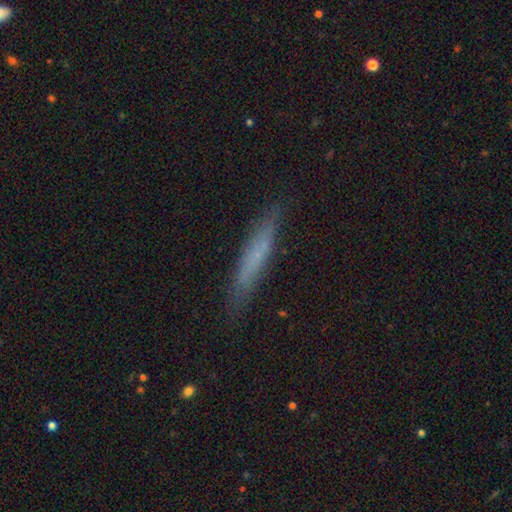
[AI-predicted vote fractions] This is possibly a smooth galaxy (55%). How rounded: clearly cigar-shaped (92%). Merging: clearly none (84%).